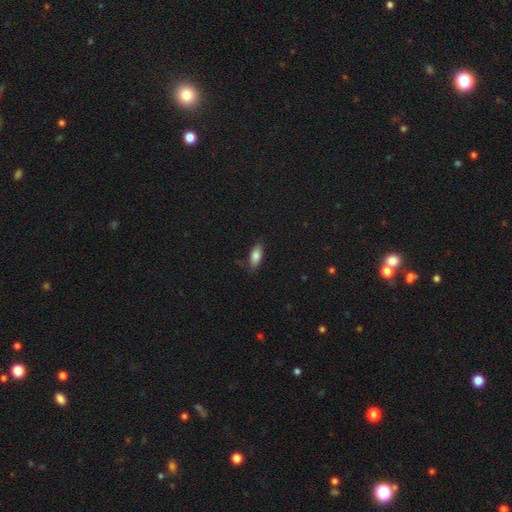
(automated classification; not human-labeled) Overall: smooth (82%). How rounded: in between (83%). Merging: none (76%).